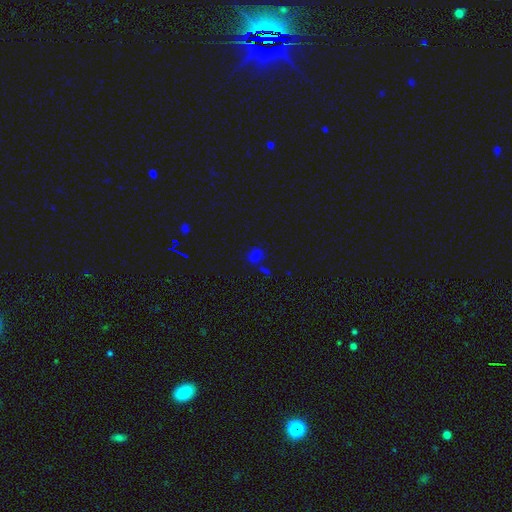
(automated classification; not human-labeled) smooth 54%, star or artifact 39%, featured or disk 7%. Down the decision tree: how rounded — in between (51%); merging — none (60%).